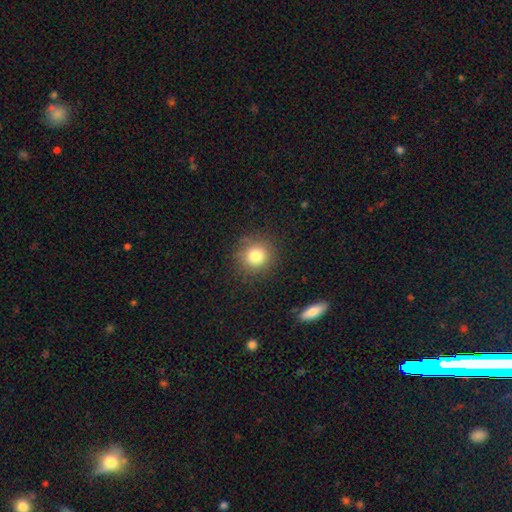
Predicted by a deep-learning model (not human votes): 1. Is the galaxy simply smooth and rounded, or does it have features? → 80% smooth, 12% star or artifact, 8% featured or disk.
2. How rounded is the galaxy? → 92% round, 7% in between, 1% cigar-shaped.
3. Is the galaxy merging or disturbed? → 87% none, 9% minor disturbance, 3% major disturbance, 1% merger.